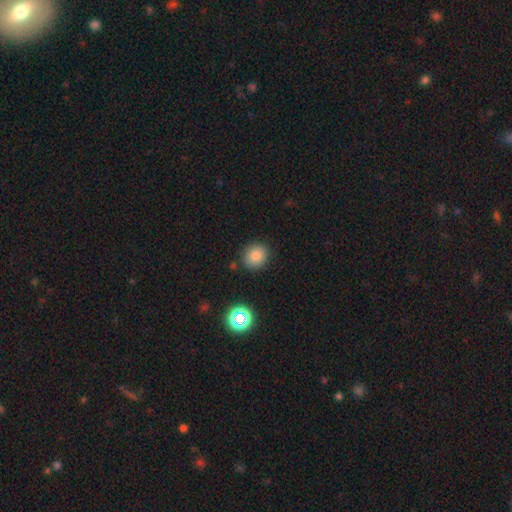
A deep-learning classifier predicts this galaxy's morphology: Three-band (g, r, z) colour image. It shows a smooth galaxy with no disk features (79%) that is round (74%). Merging: none (86%).